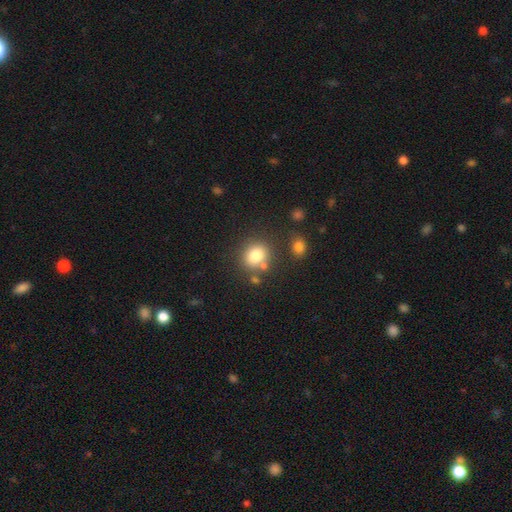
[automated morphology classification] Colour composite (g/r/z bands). It shows a smooth galaxy with no disk features (80%) that is round (70%). Merging: none (69%).